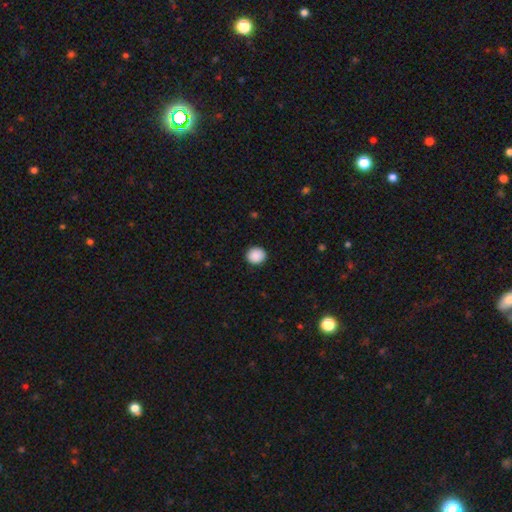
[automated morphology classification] smooth-or-featured: smooth: 89% | star or artifact: 8% | featured or disk: 3%
  how-rounded: round: 87% | in between: 12% | cigar-shaped: 1%
  merging: none: 89% | minor disturbance: 8% | major disturbance: 2% | merger: 1%